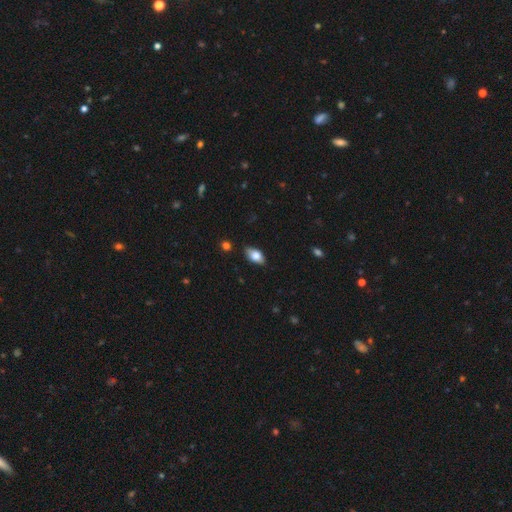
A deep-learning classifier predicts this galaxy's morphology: smooth_or_featured: smooth (p=0.76) [alt: featured or disk p=0.17]
how_rounded: in between (p=0.90) [alt: round p=0.06]
merging: none (p=0.81) [alt: minor disturbance p=0.15]